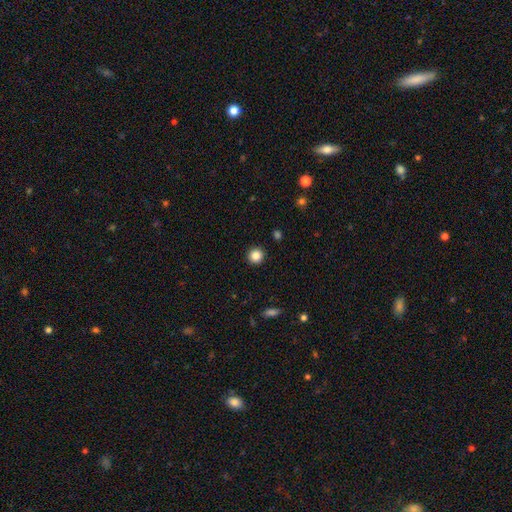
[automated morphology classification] The model was most divided on "smooth or featured": smooth: 85%, star or artifact: 11%, featured or disk: 4%. More confident: how rounded — round (95%); merging — none (93%).